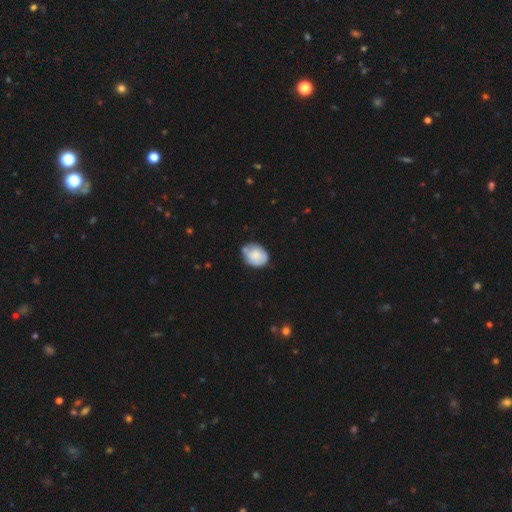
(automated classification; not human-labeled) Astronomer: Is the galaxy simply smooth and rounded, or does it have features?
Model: smooth — 72%.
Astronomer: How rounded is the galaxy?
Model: in between — 58% (runner-up: round, 42%).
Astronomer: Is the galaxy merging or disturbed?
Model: none — 54% (runner-up: minor disturbance, 32%).